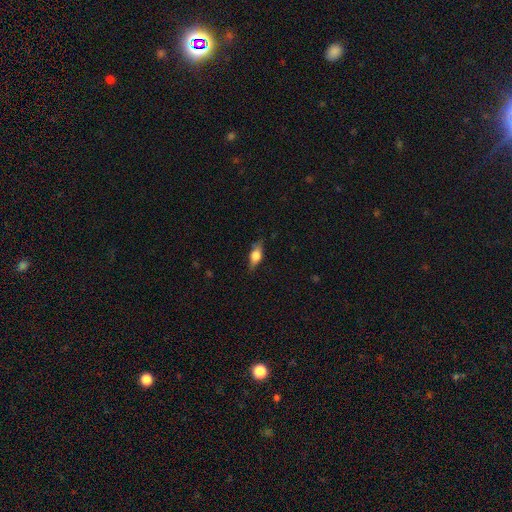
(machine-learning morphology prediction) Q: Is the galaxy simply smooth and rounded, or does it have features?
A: smooth — 58%.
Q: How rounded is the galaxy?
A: in between — 72%.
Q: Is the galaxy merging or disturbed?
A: none — 77%.